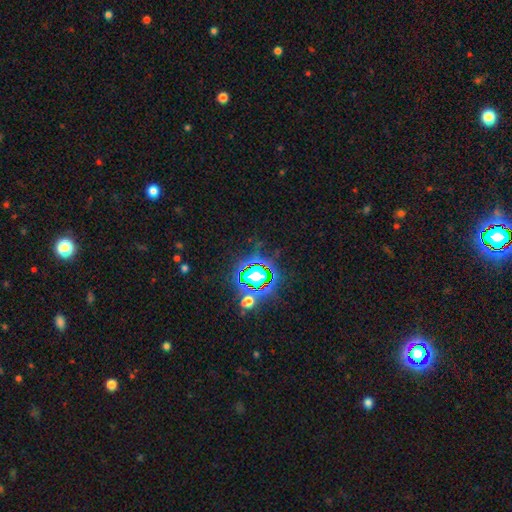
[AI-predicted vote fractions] Smooth or featured?
  - star or artifact: 80% *
  - smooth: 12%
  - featured or disk: 7%